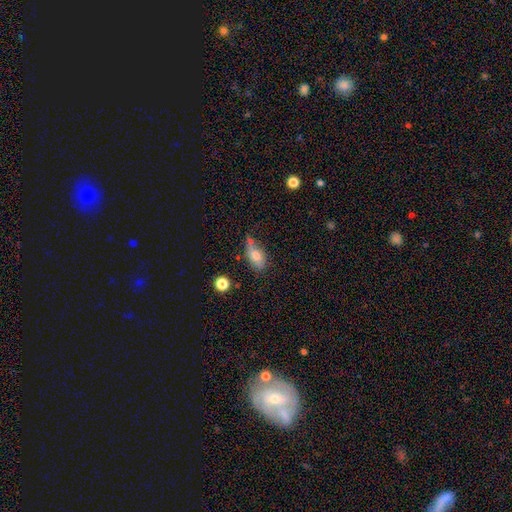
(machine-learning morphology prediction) smooth_or_featured: smooth (p=0.72) [alt: featured or disk p=0.19]
how_rounded: in between (p=0.86) [alt: round p=0.08]
merging: none (p=0.45) [alt: minor disturbance p=0.30]